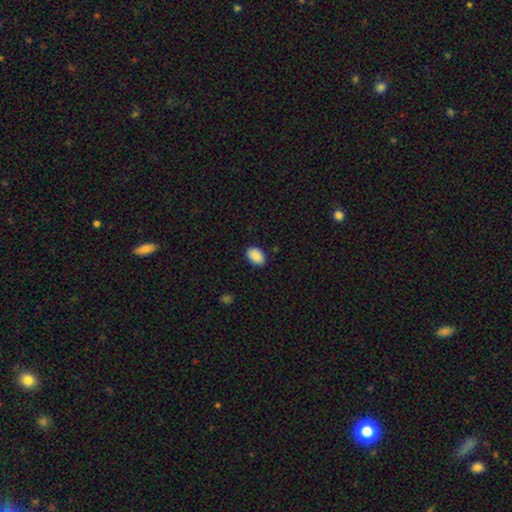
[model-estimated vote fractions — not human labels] Overall: smooth (90%). How rounded: in between (87%). Merging: none (87%).